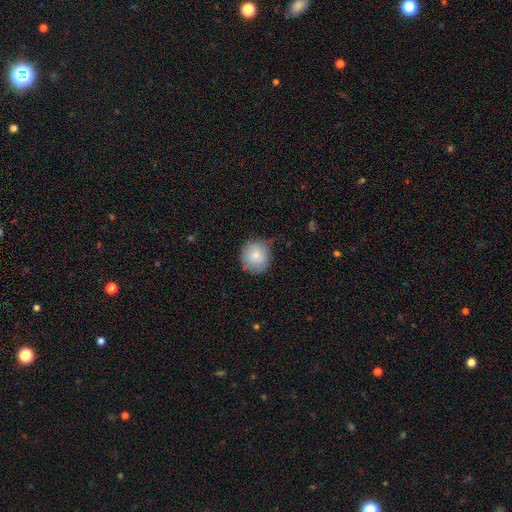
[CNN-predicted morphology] smooth 82%, featured or disk 11%, star or artifact 7%. Down the decision tree: how rounded — round (90%); merging — none (66%).